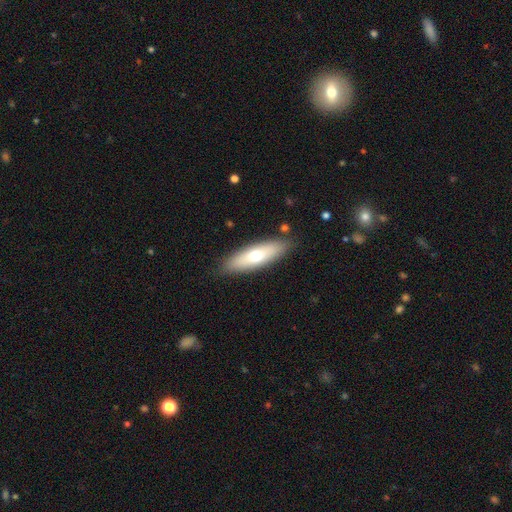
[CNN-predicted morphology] Smooth or featured? smooth (62%)
How rounded? in between (50%)
Merging? none (87%)